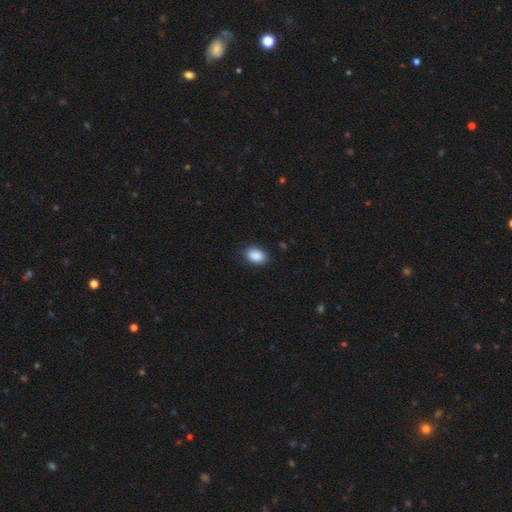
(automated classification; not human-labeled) The model was most divided on "how rounded": in between: 84%, round: 14%, cigar-shaped: 1%. More confident: smooth or featured — smooth (90%); merging — none (87%).